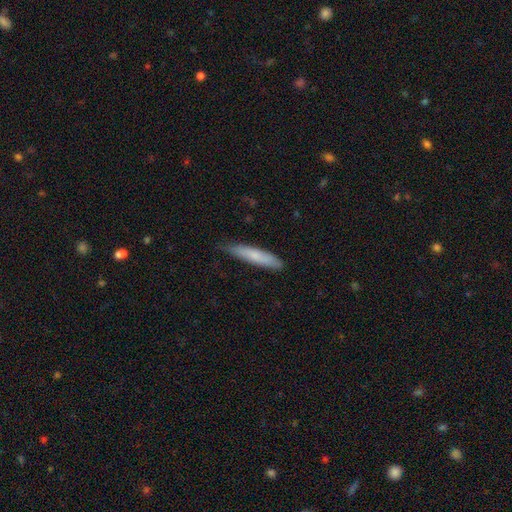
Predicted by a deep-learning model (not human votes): smooth_or_featured: smooth (p=0.74) [alt: featured or disk p=0.21]
how_rounded: cigar-shaped (p=0.90) [alt: in between p=0.09]
merging: none (p=0.78) [alt: minor disturbance p=0.19]